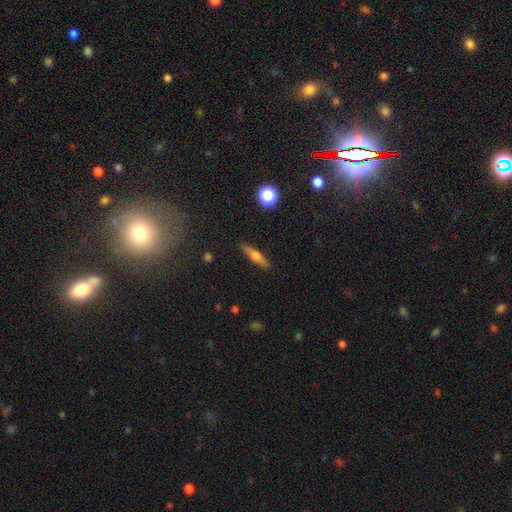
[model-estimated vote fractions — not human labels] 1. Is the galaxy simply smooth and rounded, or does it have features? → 50% smooth, 43% featured or disk, 8% star or artifact.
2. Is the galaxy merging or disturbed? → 89% none, 8% minor disturbance, 2% major disturbance, 1% merger.